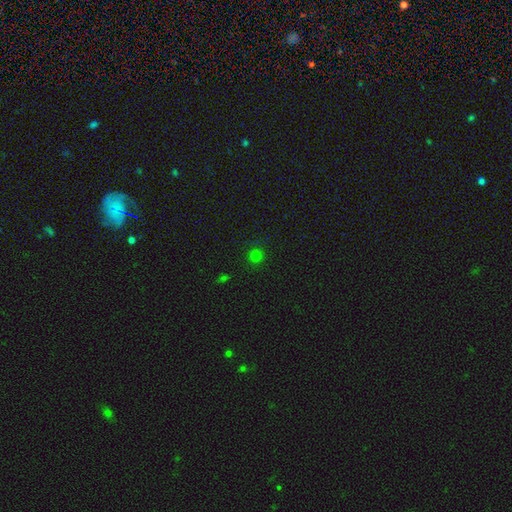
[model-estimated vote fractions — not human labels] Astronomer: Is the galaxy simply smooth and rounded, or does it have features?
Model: smooth — 75%.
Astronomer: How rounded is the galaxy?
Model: round — 95%.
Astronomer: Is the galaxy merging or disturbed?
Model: none — 90%.